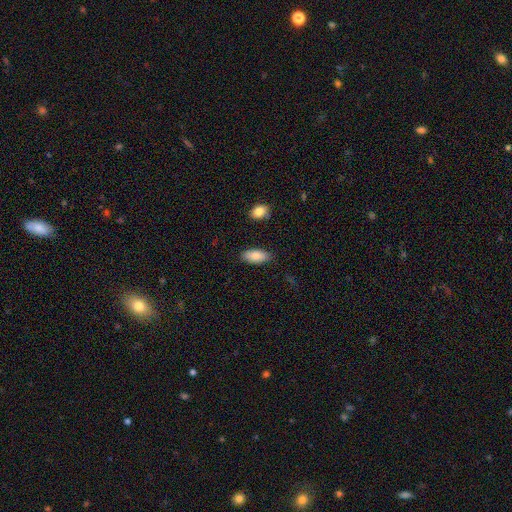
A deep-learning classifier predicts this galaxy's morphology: Overall: smooth (85%). How rounded: in between (90%). Merging: none (86%).